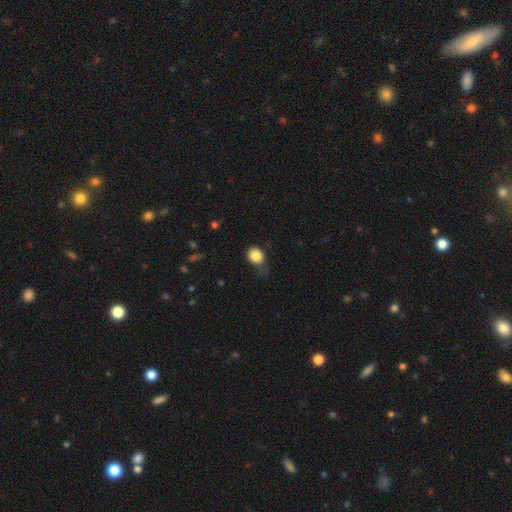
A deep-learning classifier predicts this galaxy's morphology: type=smooth (85%); roundness=round (60%); merging=none (58%).